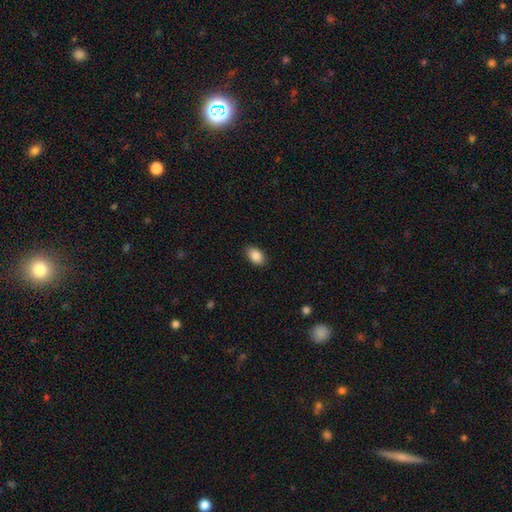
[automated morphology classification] Smooth or featured?
  - smooth: 89% *
  - star or artifact: 7%
  - featured or disk: 4%
How rounded?
  - in between: 89% *
  - round: 10%
  - cigar-shaped: 1%
Merging?
  - none: 88% *
  - minor disturbance: 9%
  - major disturbance: 2%
  - merger: 1%